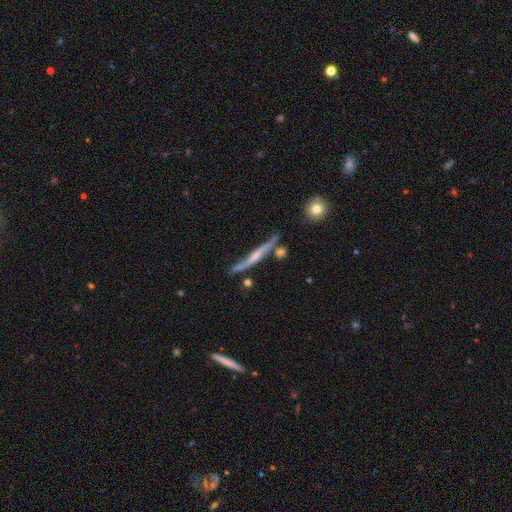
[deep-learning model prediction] Overall: featured or disk (75%). Edge-on disk: yes (94%). Edge-on bulge: rounded (58%; none 31%). Merging: none (70%).